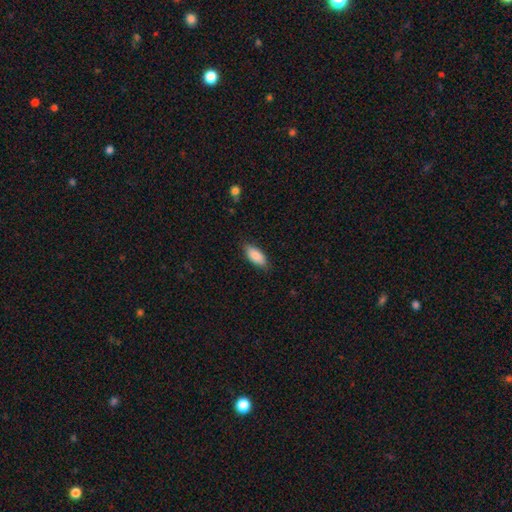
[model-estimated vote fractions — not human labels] Q: Smooth or featured?
A: smooth (86%); runner-up: featured or disk (8%)
Q: How rounded?
A: in between (86%); runner-up: cigar-shaped (12%)
Q: Merging?
A: none (84%); runner-up: minor disturbance (12%)